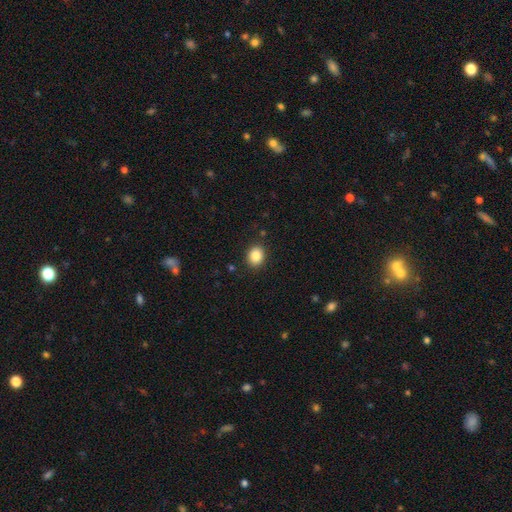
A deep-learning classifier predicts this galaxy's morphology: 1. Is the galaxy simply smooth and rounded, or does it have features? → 86% smooth, 9% star or artifact, 5% featured or disk.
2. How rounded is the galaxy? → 55% round, 44% in between, 1% cigar-shaped.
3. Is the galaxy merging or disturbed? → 89% none, 7% minor disturbance, 2% major disturbance, 1% merger.